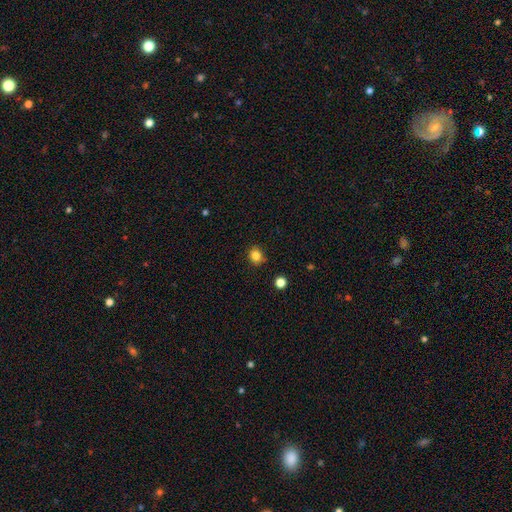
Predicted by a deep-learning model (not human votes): Smooth or featured? Predicted: smooth (p=0.83). How rounded? Predicted: round (p=0.74). Merging? Predicted: none (p=0.85).